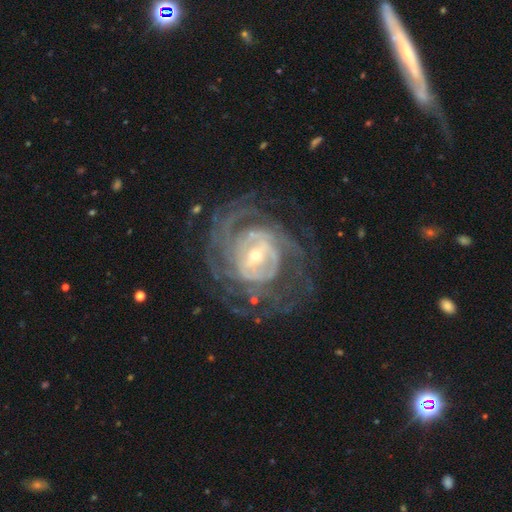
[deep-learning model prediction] smooth-or-featured: featured or disk: 90% | star or artifact: 6% | smooth: 5%
  disk-edge-on: no: 97% | yes: 3%
    bar: weak: 43% | no: 31% | strong: 27%
    has-spiral-arms: yes: 95% | no: 5%
      spiral-winding: tight: 66% | medium: 27% | loose: 7%
      spiral-arm-count: can't tell: 34% | 4: 17% | 2: 16% | 3: 14% | more than 4: 12% | 1: 7%
    bulge-size: small: 66% | moderate: 29% | large: 3% | none: 1% | dominant: 1%
  merging: none: 68% | minor disturbance: 16% | major disturbance: 15% | merger: 2%